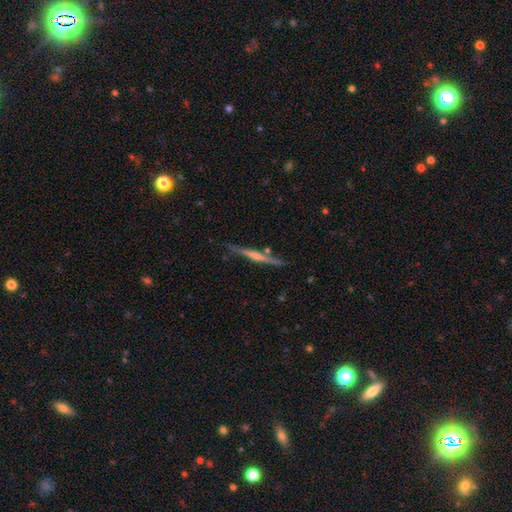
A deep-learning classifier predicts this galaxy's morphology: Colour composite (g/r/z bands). It shows a featured or disk galaxy (75%) viewed edge-on (97%) with a rounded central bulge (63%). Merging: none (85%).